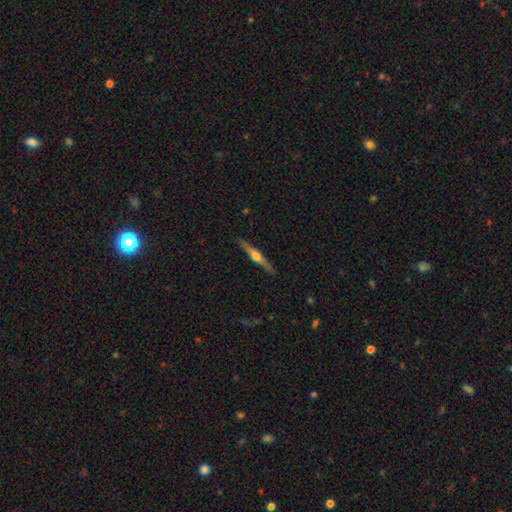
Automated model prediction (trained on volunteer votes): featured or disk 71%, smooth 23%, star or artifact 6%. Down the decision tree: edge-on disk — yes (98%); edge-on bulge — rounded (90%); merging — none (90%).